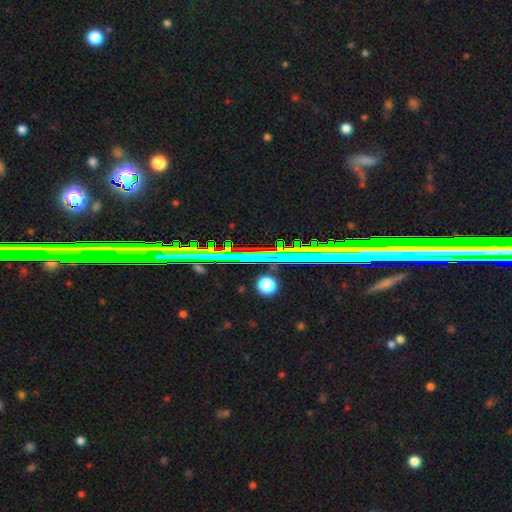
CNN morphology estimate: Smooth or featured?
  - star or artifact: 78% *
  - featured or disk: 13%
  - smooth: 9%